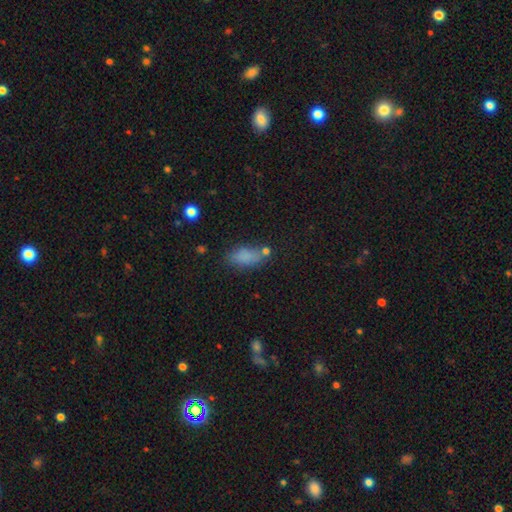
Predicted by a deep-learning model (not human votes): A smooth galaxy with no disk features (77%) that is in between round and cigar-shaped (81%). Merging: none (68%).